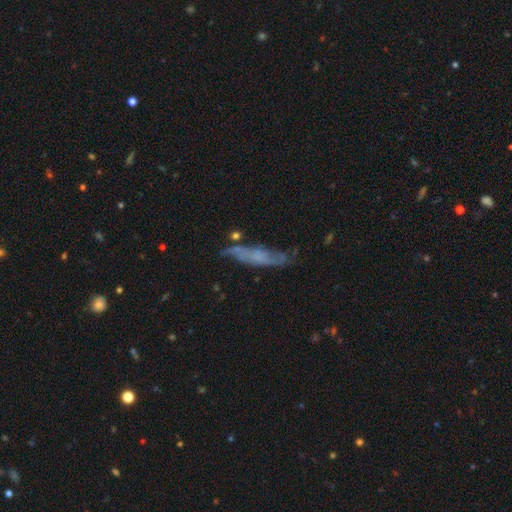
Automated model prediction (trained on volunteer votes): This appears to be a featured or disk galaxy (54%). Merging: none (63%).